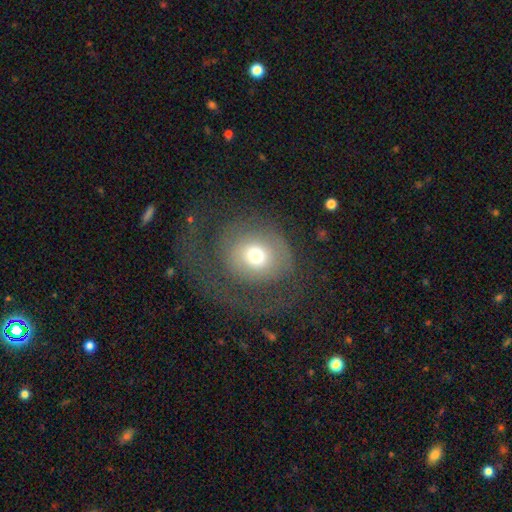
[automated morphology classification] Smooth or featured?
  - smooth: 56% *
  - featured or disk: 33%
  - star or artifact: 11%
How rounded?
  - round: 80% *
  - in between: 19%
  - cigar-shaped: 1%
Merging?
  - major disturbance: 44% *
  - none: 40%
  - minor disturbance: 14%
  - merger: 2%